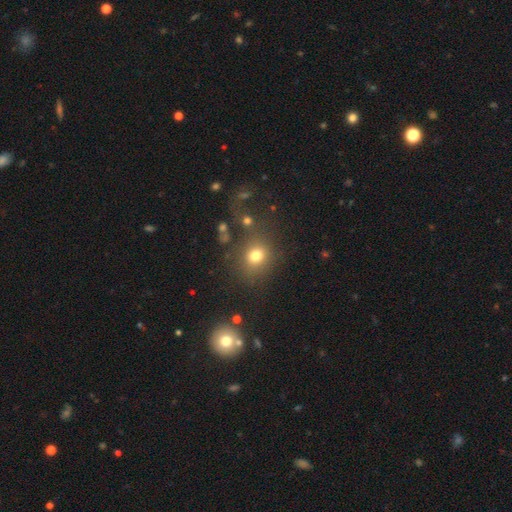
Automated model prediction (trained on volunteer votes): Smooth or featured?
  - smooth: 74% *
  - star or artifact: 17%
  - featured or disk: 9%
How rounded?
  - round: 75% *
  - in between: 23%
  - cigar-shaped: 1%
Merging?
  - none: 68% *
  - minor disturbance: 13%
  - merger: 11%
  - major disturbance: 9%